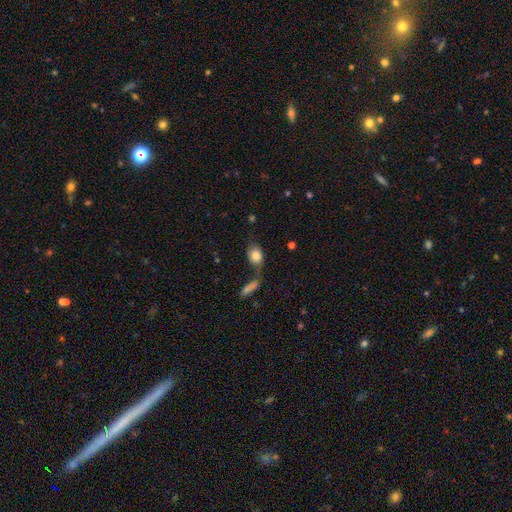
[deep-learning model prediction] Smooth or featured?
  - smooth: 82% *
  - featured or disk: 10%
  - star or artifact: 8%
How rounded?
  - in between: 68% *
  - round: 29%
  - cigar-shaped: 3%
Merging?
  - none: 47% *
  - merger: 27%
  - minor disturbance: 17%
  - major disturbance: 10%